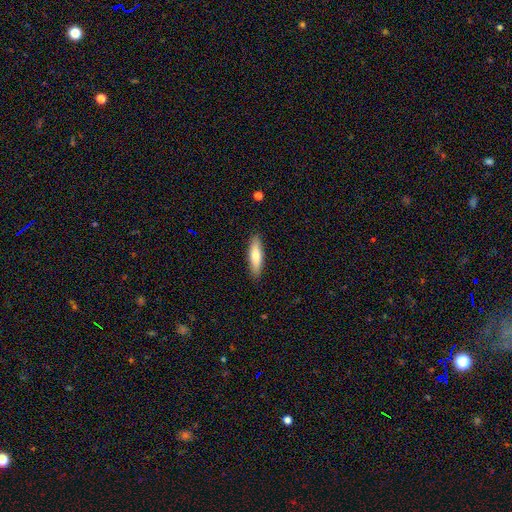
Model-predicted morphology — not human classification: Smooth or featured? smooth (70%)
How rounded? cigar-shaped (67%)
Merging? none (89%)